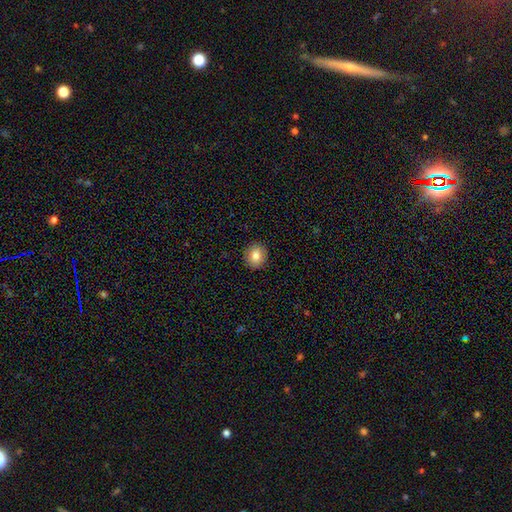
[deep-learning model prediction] The model was most divided on "how rounded": round: 79%, in between: 20%, cigar-shaped: 1%. More confident: merging — none (91%); smooth or featured — smooth (82%).